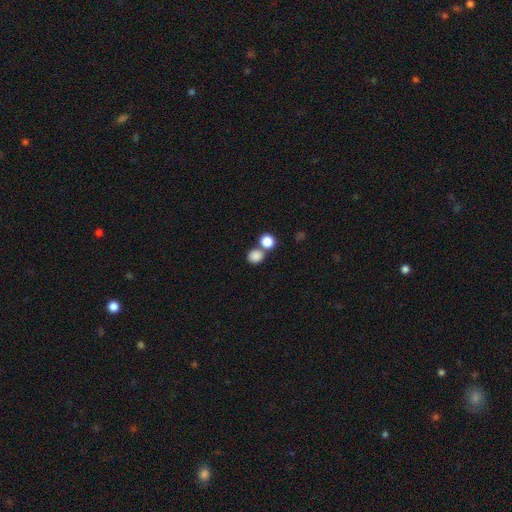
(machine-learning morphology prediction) smooth 84%, star or artifact 11%, featured or disk 5%. Down the decision tree: how rounded — round (81%); merging — none (57%).